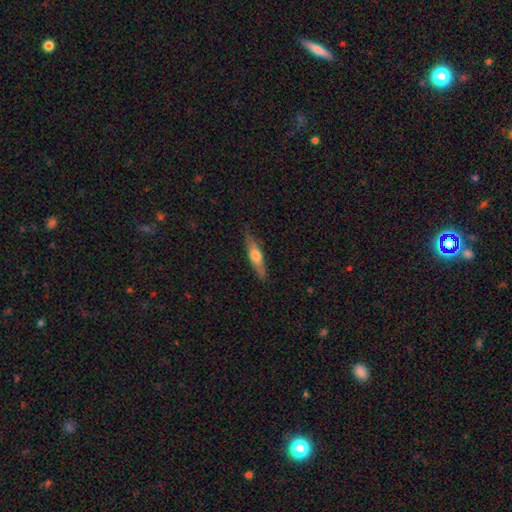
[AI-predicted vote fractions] The model was most divided on "smooth or featured": smooth: 49%, featured or disk: 46%, star or artifact: 6%. More confident: merging — none (84%).